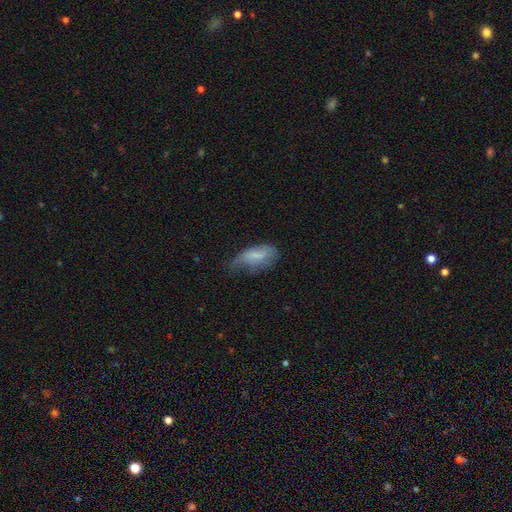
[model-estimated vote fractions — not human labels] This appears to be a smooth galaxy with no disk features (64%) that is in between round and cigar-shaped (88%). Merging: minor disturbance (42%).